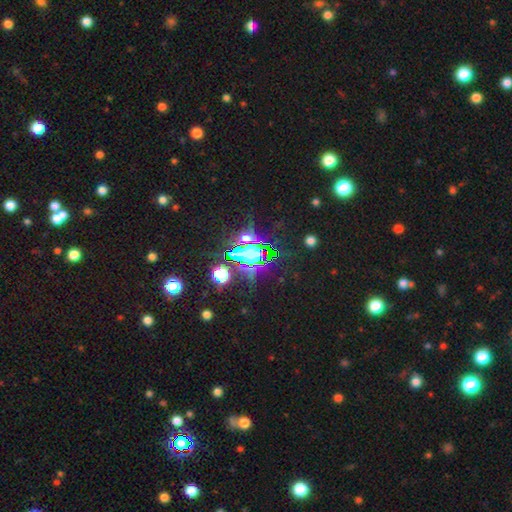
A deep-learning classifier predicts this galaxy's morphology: Smooth or featured?
  - star or artifact: 74% *
  - smooth: 16%
  - featured or disk: 10%